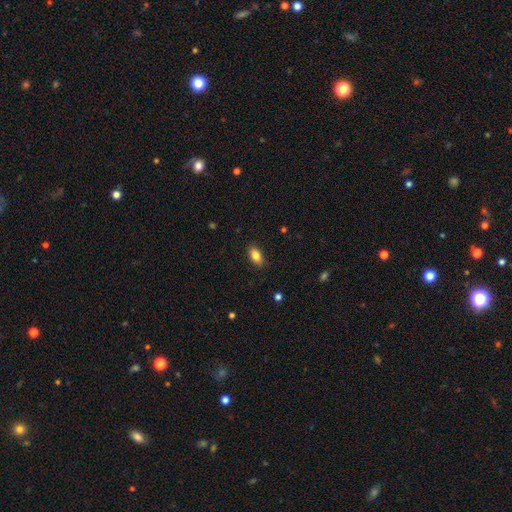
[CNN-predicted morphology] A smooth galaxy with no disk features (82%) that is in between round and cigar-shaped (88%).

Vote fractions:
- Smooth or featured? smooth: 82% / featured or disk: 10% / star or artifact: 8%
- How rounded? in between: 88% / cigar-shaped: 6% / round: 6%
- Merging? none: 87% / minor disturbance: 10% / major disturbance: 2% / merger: 1%